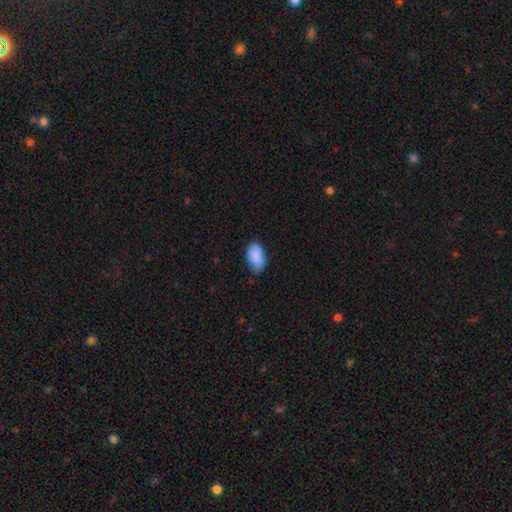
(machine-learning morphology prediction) This is clearly a smooth galaxy (88%). How rounded: clearly in between (93%). Merging: likely none (62%).